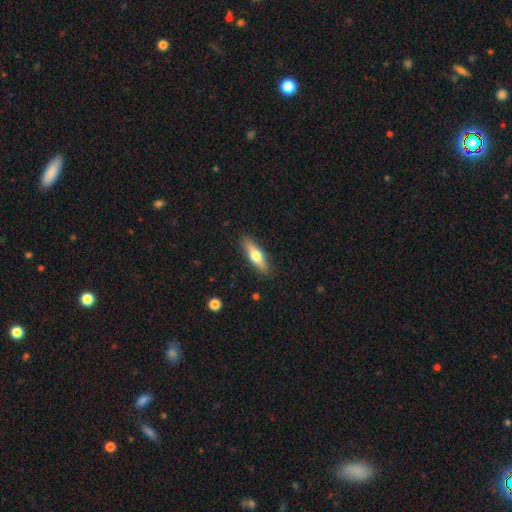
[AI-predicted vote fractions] Smooth or featured? smooth (55%)
How rounded? cigar-shaped (61%)
Merging? none (88%)